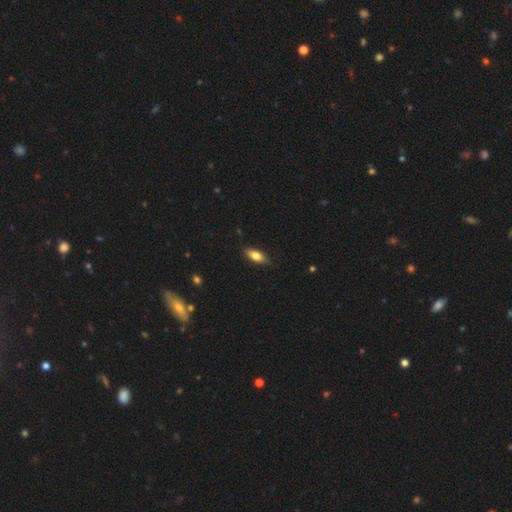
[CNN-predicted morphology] smooth_or_featured: smooth (p=0.76) [alt: featured or disk p=0.17]
how_rounded: in between (p=0.78) [alt: cigar-shaped p=0.18]
merging: none (p=0.85) [alt: minor disturbance p=0.12]